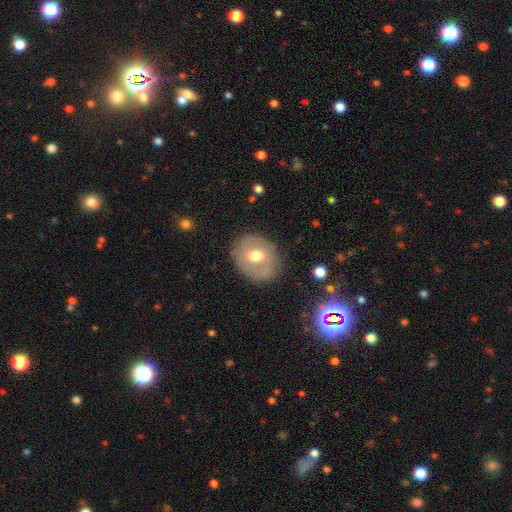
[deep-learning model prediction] smooth-or-featured: smooth: 53% | featured or disk: 40% | star or artifact: 7%
  how-rounded: round: 60% | in between: 39% | cigar-shaped: 1%
  merging: none: 74% | minor disturbance: 17% | major disturbance: 7% | merger: 2%